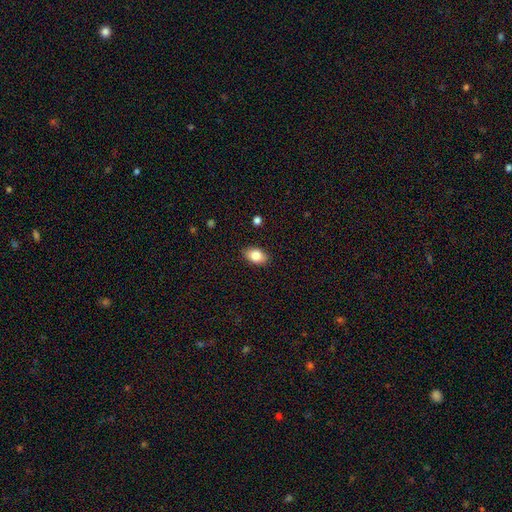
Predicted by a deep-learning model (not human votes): This is clearly a smooth galaxy (82%). How rounded: clearly in between (87%). Merging: clearly none (88%).